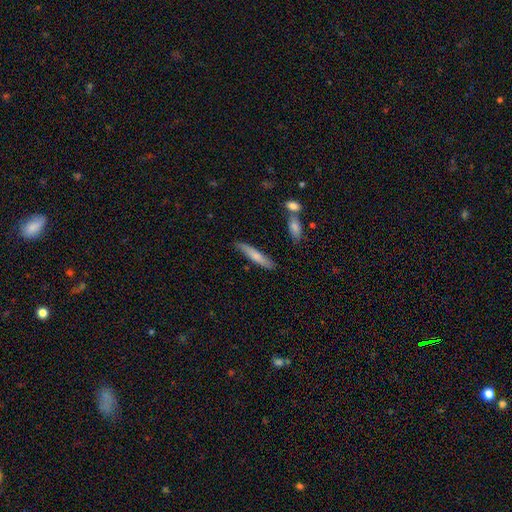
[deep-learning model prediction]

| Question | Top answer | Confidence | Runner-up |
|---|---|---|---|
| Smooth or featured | smooth | 68% | featured or disk (26%) |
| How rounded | cigar-shaped | 87% | in between (11%) |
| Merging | none | 79% | minor disturbance (14%) |